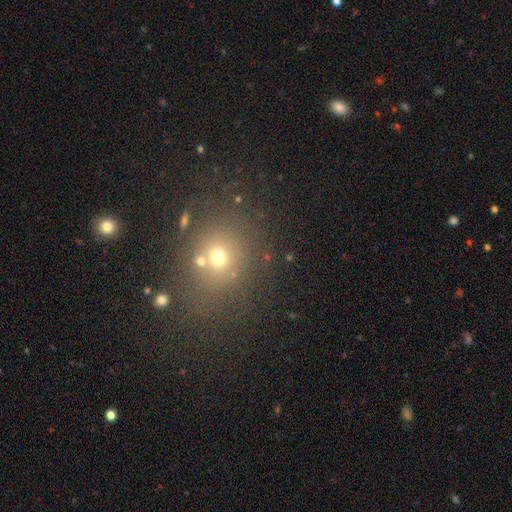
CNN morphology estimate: smooth_or_featured: smooth (p=0.50) [alt: star or artifact p=0.40]
merging: none (p=0.79) [alt: minor disturbance p=0.09]